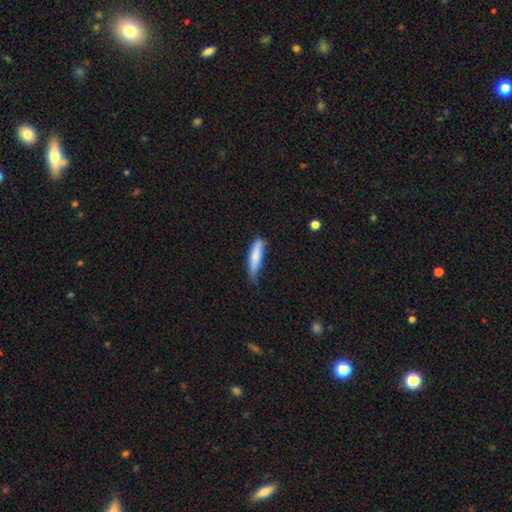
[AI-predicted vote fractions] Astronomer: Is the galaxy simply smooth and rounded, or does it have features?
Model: smooth — 78%.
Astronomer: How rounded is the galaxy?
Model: cigar-shaped — 76%.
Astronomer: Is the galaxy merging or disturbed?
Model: none — 56% (runner-up: minor disturbance, 35%).